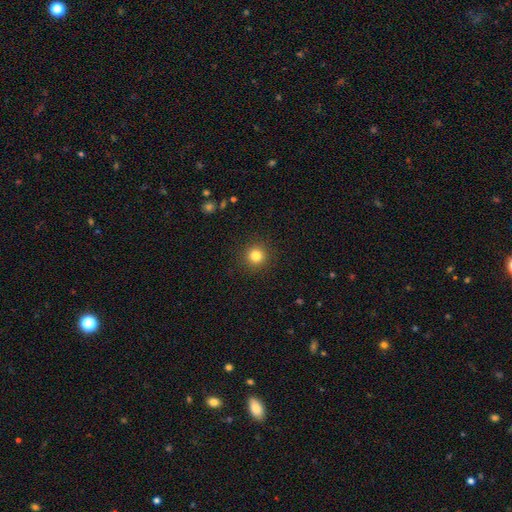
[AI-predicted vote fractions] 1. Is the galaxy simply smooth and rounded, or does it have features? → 82% smooth, 12% star or artifact, 5% featured or disk.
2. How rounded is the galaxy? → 95% round, 4% in between, 1% cigar-shaped.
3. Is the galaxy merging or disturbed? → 92% none, 5% minor disturbance, 2% major disturbance, 1% merger.